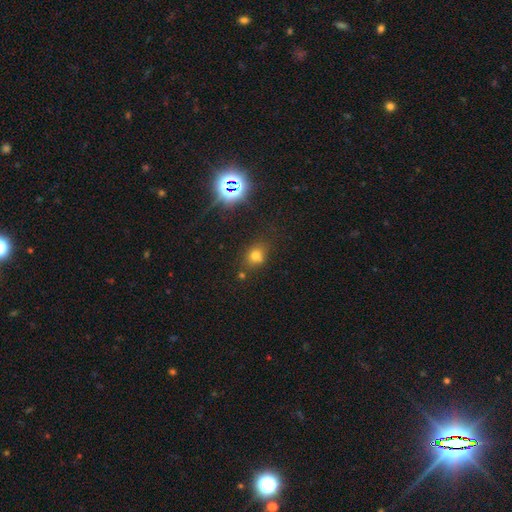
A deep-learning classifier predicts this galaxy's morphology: Q: Smooth or featured?
A: smooth (69%); runner-up: star or artifact (22%)
Q: How rounded?
A: round (57%); runner-up: in between (42%)
Q: Merging?
A: none (71%); runner-up: minor disturbance (16%)